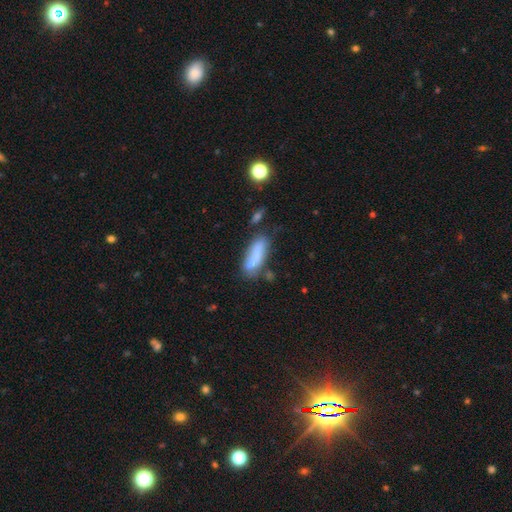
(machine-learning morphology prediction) Smooth or featured? Predicted: smooth (p=0.74). How rounded? Predicted: in between (p=0.58). Merging? Predicted: none (p=0.54).